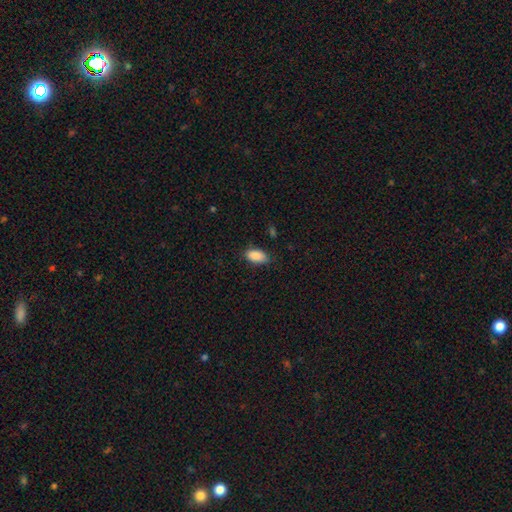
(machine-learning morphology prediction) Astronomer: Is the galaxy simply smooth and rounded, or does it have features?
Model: smooth — 88%.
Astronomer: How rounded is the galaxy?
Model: in between — 93%.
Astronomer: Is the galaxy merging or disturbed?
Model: none — 80%.